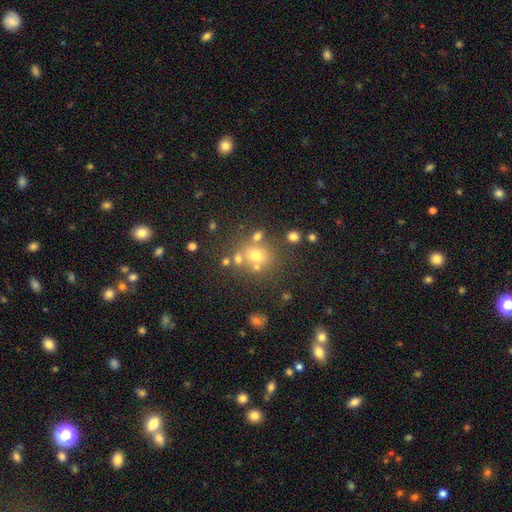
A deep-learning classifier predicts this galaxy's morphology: This appears to be a smooth galaxy with no disk features (61%) that is round (72%). Merging: none (61%).